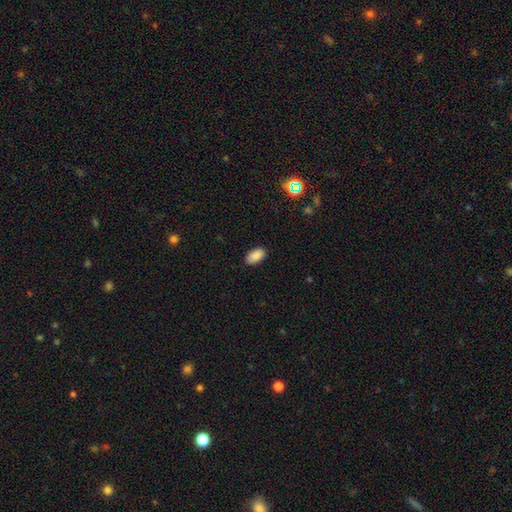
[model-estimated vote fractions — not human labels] smooth_or_featured: smooth (p=0.88) [alt: star or artifact p=0.08]
how_rounded: in between (p=0.94) [alt: round p=0.04]
merging: none (p=0.87) [alt: minor disturbance p=0.09]